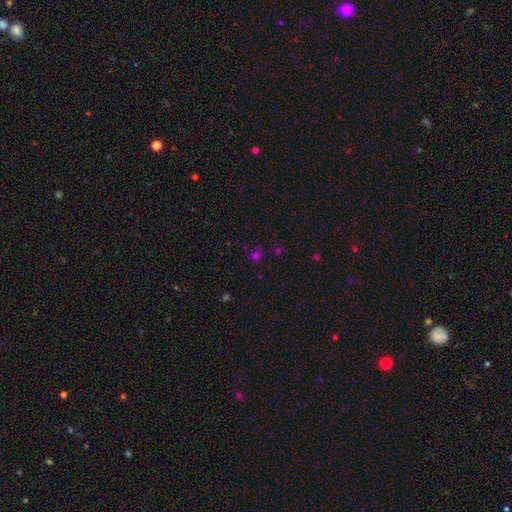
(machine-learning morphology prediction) This is possibly a smooth galaxy (58%). How rounded: likely round (75%). Merging: likely none (73%).